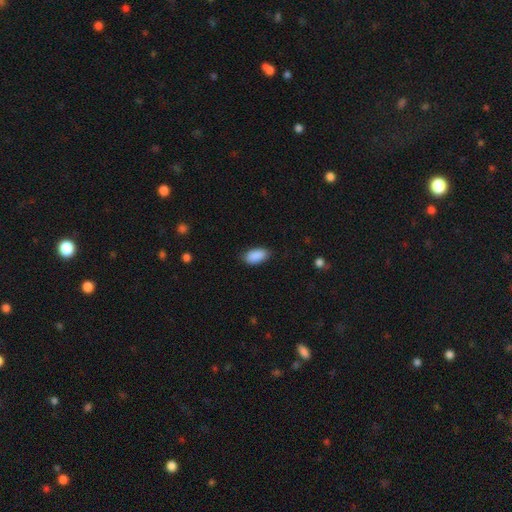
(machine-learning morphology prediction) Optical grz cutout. It shows a smooth galaxy with no disk features (91%) that is in between round and cigar-shaped (94%). Merging: none (85%).